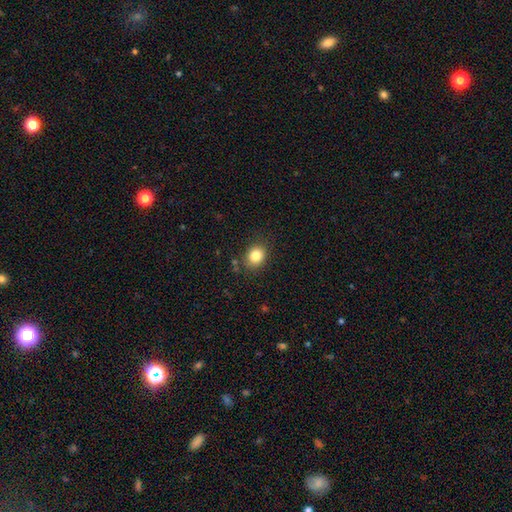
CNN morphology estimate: The model was most divided on "how rounded": round: 59%, in between: 41%, cigar-shaped: 1%. More confident: merging — none (84%); smooth or featured — smooth (83%).